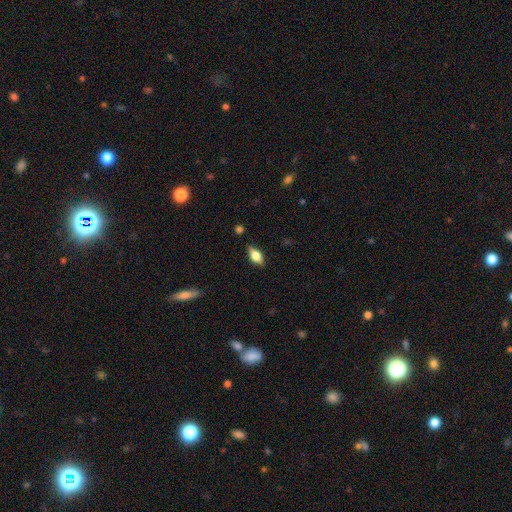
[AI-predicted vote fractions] A smooth galaxy with no disk features (67%) that is in between round and cigar-shaped (85%).

Vote fractions:
- Smooth or featured? smooth: 67% / featured or disk: 25% / star or artifact: 8%
- How rounded? in between: 85% / cigar-shaped: 11% / round: 4%
- Merging? none: 84% / minor disturbance: 12% / major disturbance: 2% / merger: 1%